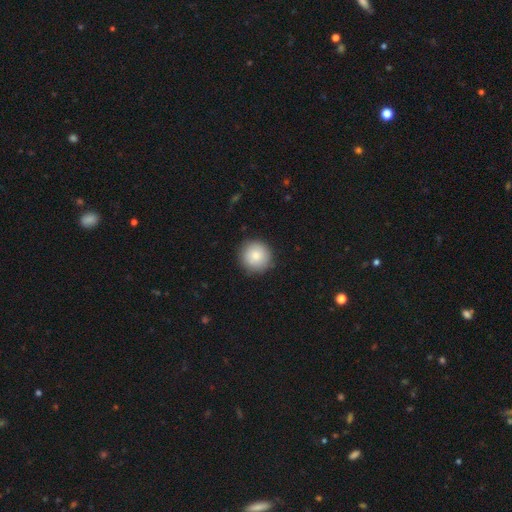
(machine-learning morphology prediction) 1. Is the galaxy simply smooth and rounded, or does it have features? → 84% smooth, 8% featured or disk, 8% star or artifact.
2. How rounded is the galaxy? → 95% round, 4% in between, 1% cigar-shaped.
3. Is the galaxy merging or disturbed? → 88% none, 8% minor disturbance, 2% major disturbance, 1% merger.